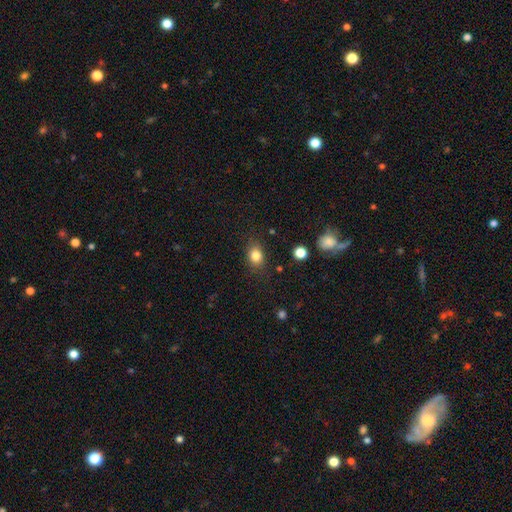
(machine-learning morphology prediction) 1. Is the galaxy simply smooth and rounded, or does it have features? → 83% smooth, 11% star or artifact, 6% featured or disk.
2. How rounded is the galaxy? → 56% in between, 42% round, 1% cigar-shaped.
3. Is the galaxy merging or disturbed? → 80% none, 14% minor disturbance, 4% major disturbance, 2% merger.